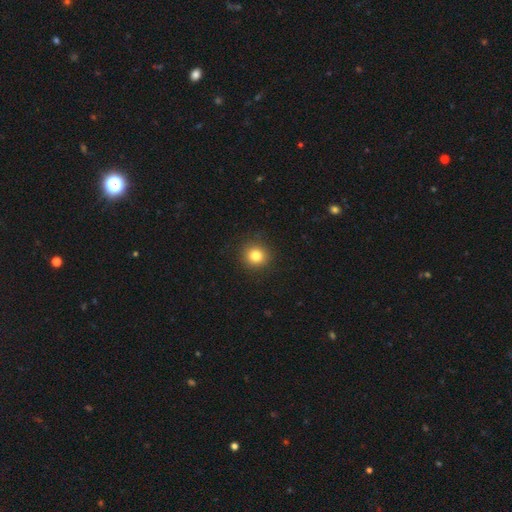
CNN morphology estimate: Q: Smooth or featured?
A: smooth (82%); runner-up: star or artifact (12%)
Q: How rounded?
A: round (92%); runner-up: in between (7%)
Q: Merging?
A: none (91%); runner-up: minor disturbance (6%)